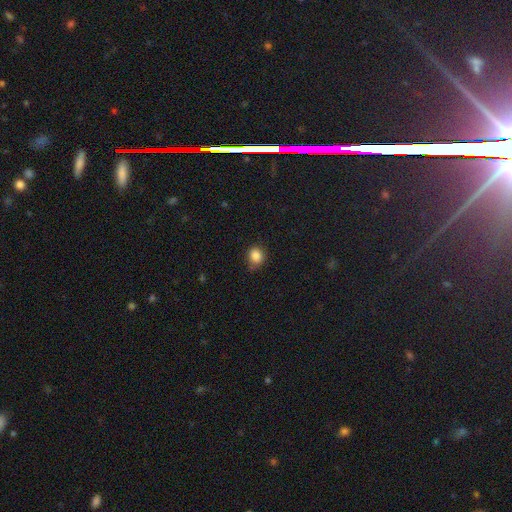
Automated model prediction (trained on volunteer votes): Smooth or featured? Predicted: smooth (p=0.85). How rounded? Predicted: round (p=0.67). Merging? Predicted: none (p=0.68).